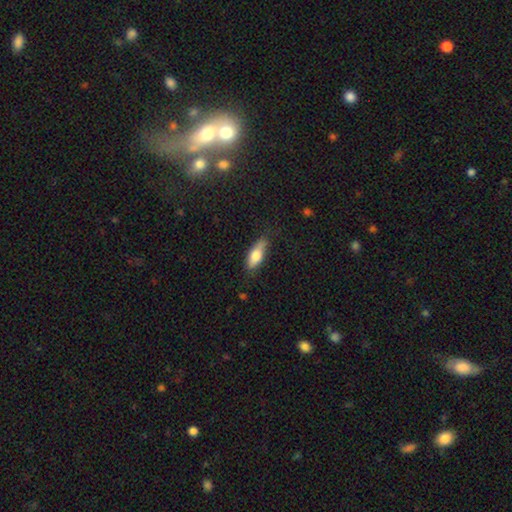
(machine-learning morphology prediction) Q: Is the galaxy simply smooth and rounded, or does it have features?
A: smooth — 75%.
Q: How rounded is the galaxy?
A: in between — 69%.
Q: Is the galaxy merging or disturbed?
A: none — 67%.